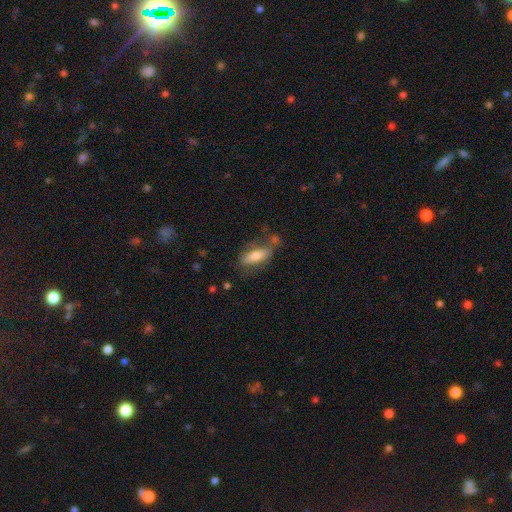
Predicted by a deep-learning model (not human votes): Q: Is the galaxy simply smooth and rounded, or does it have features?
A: smooth — 65%.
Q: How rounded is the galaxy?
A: in between — 63%.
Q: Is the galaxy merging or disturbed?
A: none — 58%.